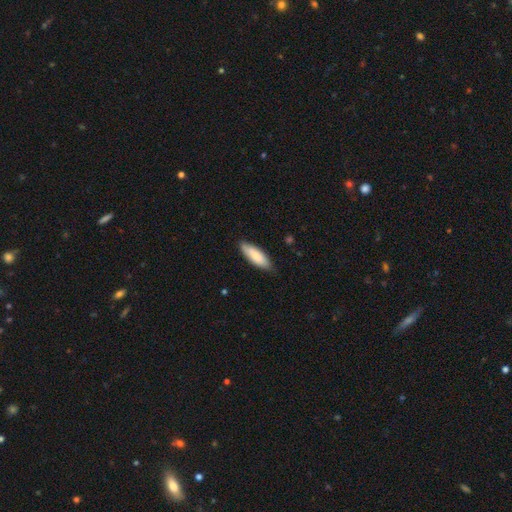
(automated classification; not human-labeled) Overall: smooth (79%). How rounded: in between (63%; cigar-shaped 36%). Merging: none (82%).